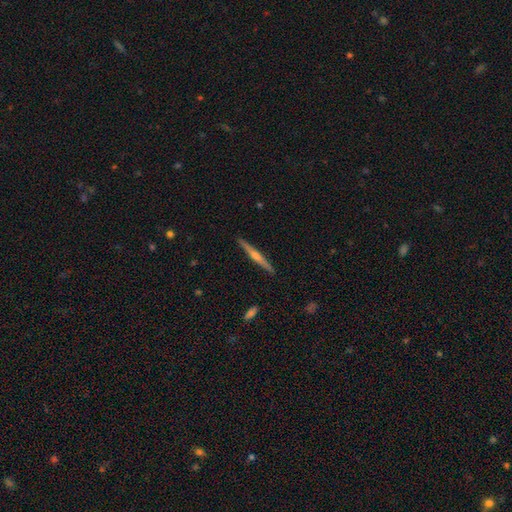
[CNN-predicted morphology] A featured or disk galaxy (73%) viewed edge-on (98%) with a rounded central bulge (82%). Merging: none (92%).